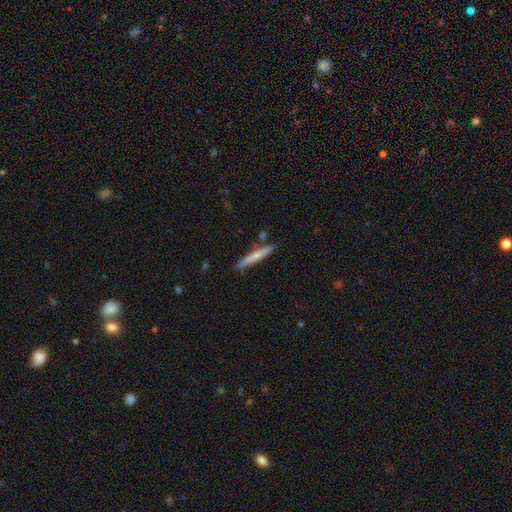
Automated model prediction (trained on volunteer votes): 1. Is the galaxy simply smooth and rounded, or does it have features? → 64% smooth, 30% featured or disk, 6% star or artifact.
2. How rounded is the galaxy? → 95% cigar-shaped, 3% in between, 1% round.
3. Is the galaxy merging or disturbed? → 83% none, 11% minor disturbance, 4% merger, 2% major disturbance.